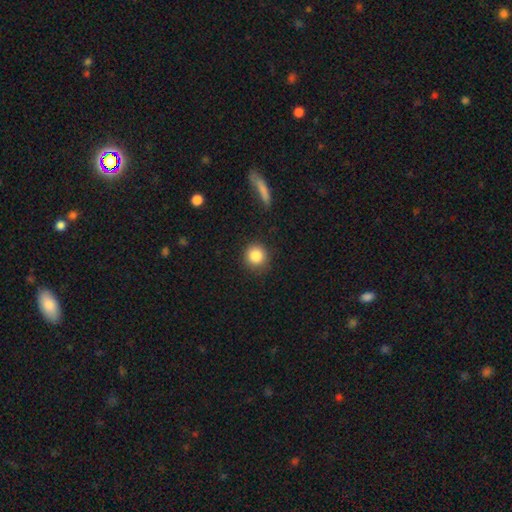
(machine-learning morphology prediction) Overall: smooth (86%). How rounded: round (91%). Merging: none (87%).